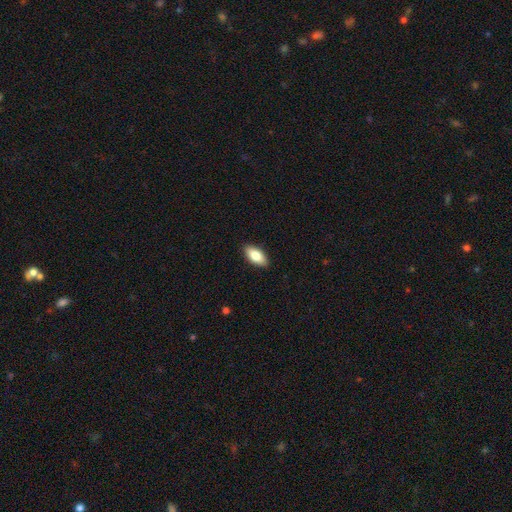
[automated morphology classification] smooth-or-featured: smooth: 82% | featured or disk: 12% | star or artifact: 6%
  how-rounded: in between: 91% | cigar-shaped: 6% | round: 3%
  merging: none: 89% | minor disturbance: 8% | major disturbance: 2% | merger: 1%